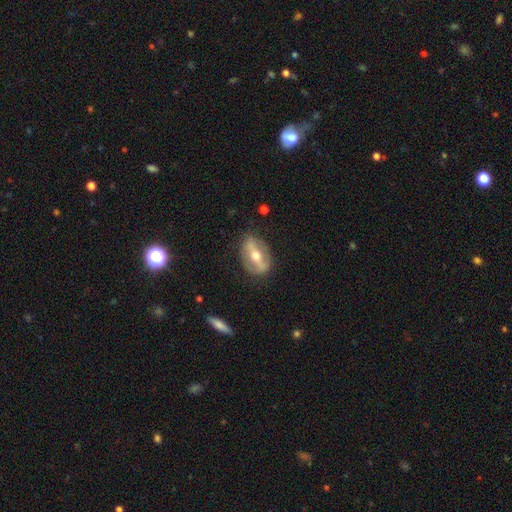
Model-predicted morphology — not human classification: Overall: featured or disk (67%). Edge-on disk: no (73%). Merging: none (78%).